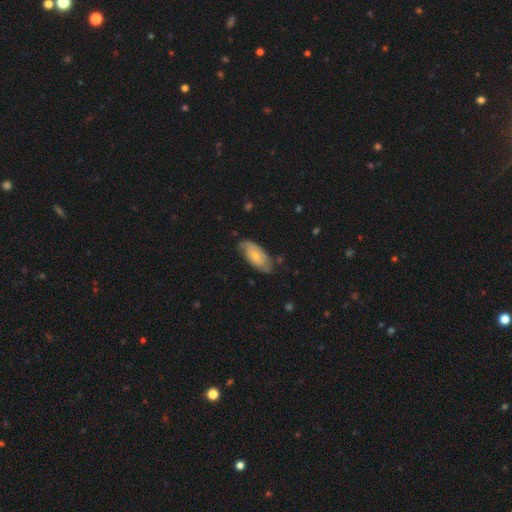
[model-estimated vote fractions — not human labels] Morphology: type=featured or disk (57%); edge-on=no (89%); bar=no (72%); spiral arms=yes (77%); bulge=moderate (53%); merging=none (65%).